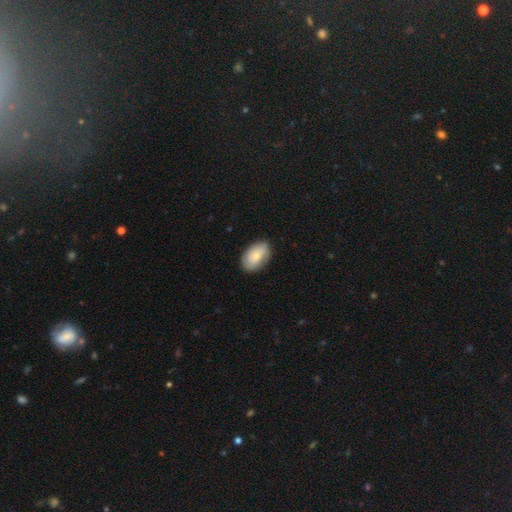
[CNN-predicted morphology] smooth-or-featured: smooth: 70% | featured or disk: 24% | star or artifact: 6%
  how-rounded: in between: 89% | round: 9% | cigar-shaped: 1%
  merging: none: 80% | minor disturbance: 16% | major disturbance: 3% | merger: 1%